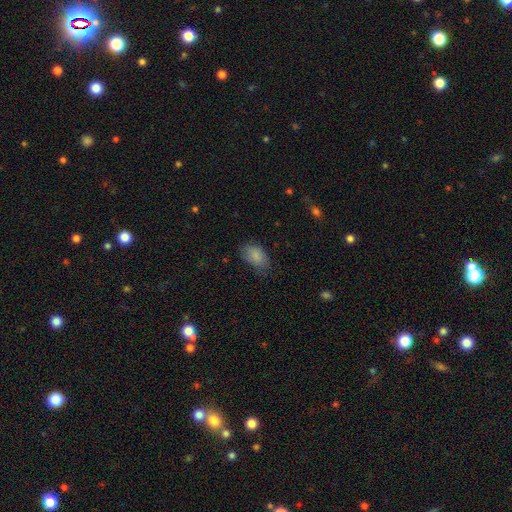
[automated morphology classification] smooth-or-featured: smooth: 85% | star or artifact: 8% | featured or disk: 7%
  how-rounded: in between: 91% | round: 7% | cigar-shaped: 2%
  merging: none: 62% | minor disturbance: 28% | major disturbance: 8% | merger: 1%